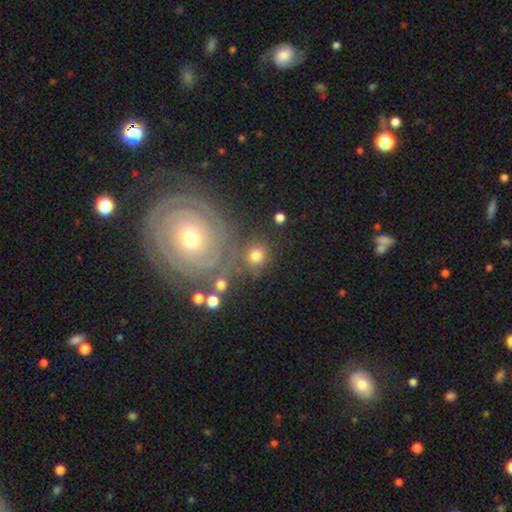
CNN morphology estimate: smooth_or_featured: smooth (p=0.69) [alt: featured or disk p=0.19]
how_rounded: round (p=0.82) [alt: in between p=0.17]
merging: none (p=0.69) [alt: merger p=0.13]